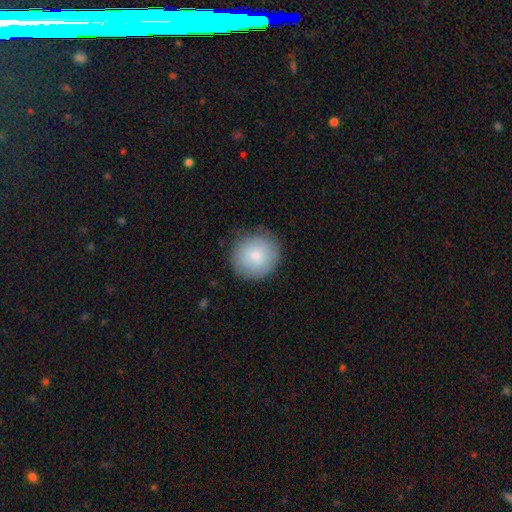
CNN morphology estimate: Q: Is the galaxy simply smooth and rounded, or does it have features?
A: smooth — 78%.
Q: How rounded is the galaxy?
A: round — 89%.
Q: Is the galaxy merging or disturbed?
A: none — 85%.